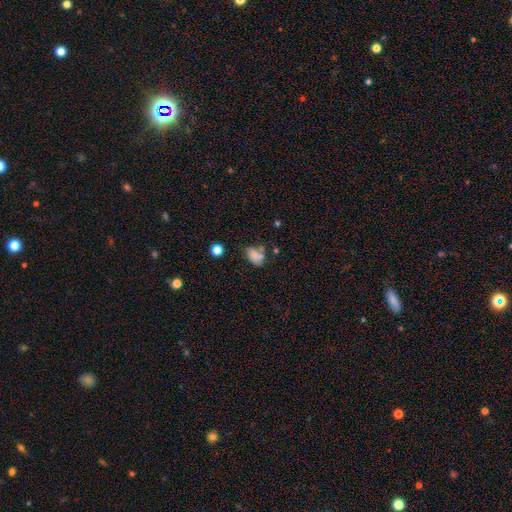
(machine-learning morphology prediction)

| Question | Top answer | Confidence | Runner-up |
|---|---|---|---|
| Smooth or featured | smooth | 71% | featured or disk (16%) |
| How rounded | in between | 82% | round (16%) |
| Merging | none | 42% | minor disturbance (27%) |